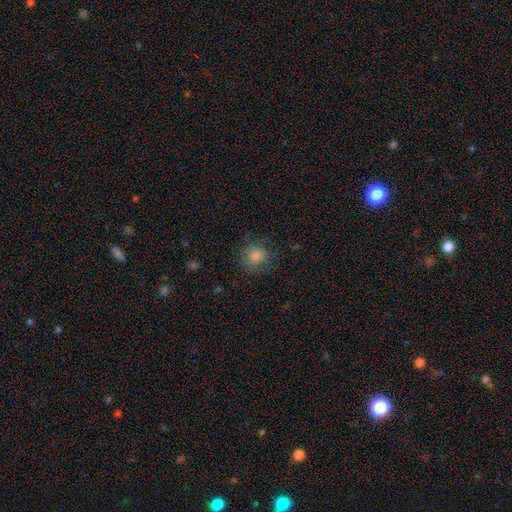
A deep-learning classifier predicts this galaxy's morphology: type=smooth (75%); roundness=round (85%); merging=none (74%).